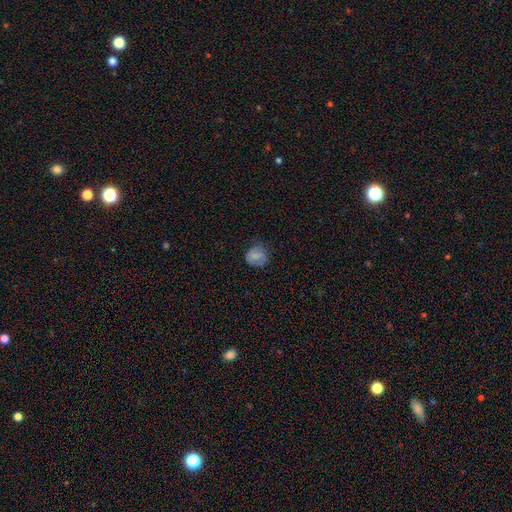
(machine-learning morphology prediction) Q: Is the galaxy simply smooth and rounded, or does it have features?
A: smooth — 74%.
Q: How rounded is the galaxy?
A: round — 80%.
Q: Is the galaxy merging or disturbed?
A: none — 69%.